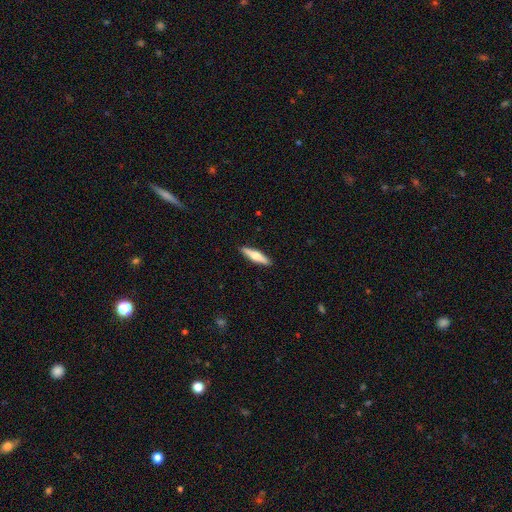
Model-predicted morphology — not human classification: smooth-or-featured: smooth: 53% | featured or disk: 42% | star or artifact: 5%
  how-rounded: cigar-shaped: 79% | in between: 19% | round: 2%
  merging: none: 91% | minor disturbance: 7% | major disturbance: 1% | merger: 1%